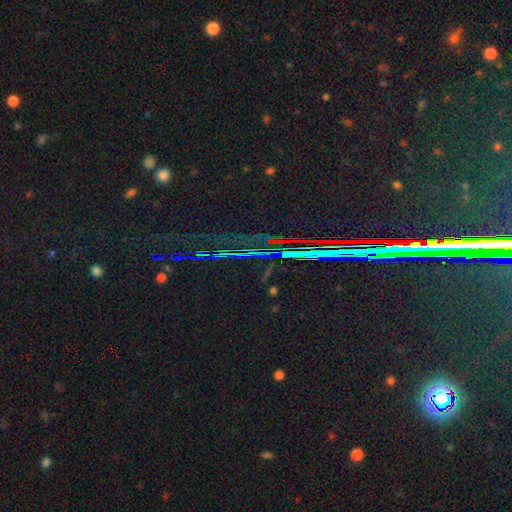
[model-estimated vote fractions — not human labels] A star or artifact, not a galaxy (85%).

Vote fractions:
- Smooth or featured? star or artifact: 85% / featured or disk: 8% / smooth: 7%